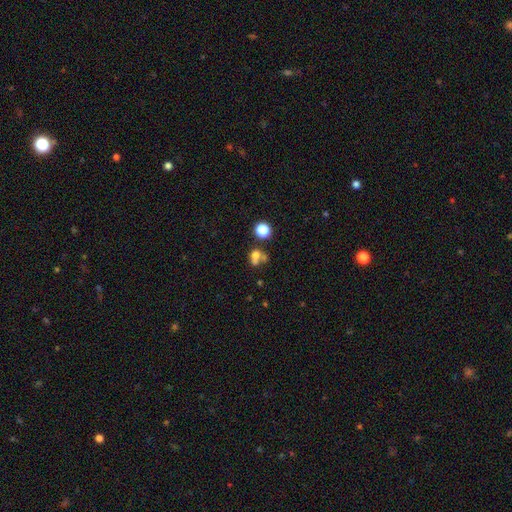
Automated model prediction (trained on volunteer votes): Smooth or featured?
  - smooth: 65% *
  - star or artifact: 18%
  - featured or disk: 17%
How rounded?
  - round: 60% *
  - in between: 38%
  - cigar-shaped: 2%
Merging?
  - merger: 50% *
  - none: 31%
  - minor disturbance: 10%
  - major disturbance: 9%